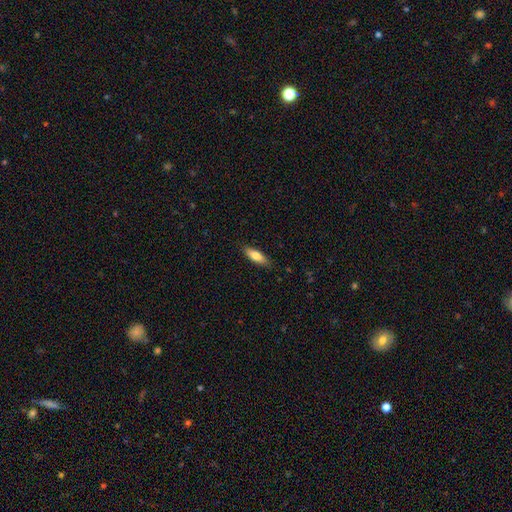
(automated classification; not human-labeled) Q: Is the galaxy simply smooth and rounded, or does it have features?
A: smooth — 76%.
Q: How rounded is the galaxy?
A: in between — 56%.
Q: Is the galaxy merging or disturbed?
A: none — 86%.